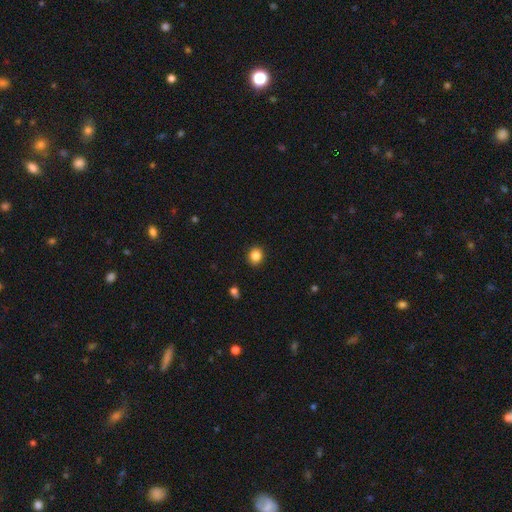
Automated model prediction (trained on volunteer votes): smooth_or_featured: smooth (p=0.85) [alt: star or artifact p=0.11]
how_rounded: round (p=0.78) [alt: in between p=0.21]
merging: none (p=0.91) [alt: minor disturbance p=0.06]